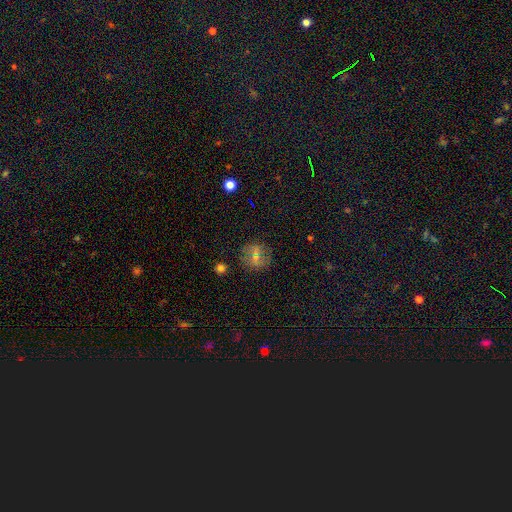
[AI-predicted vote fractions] A smooth galaxy with no disk features (45%).

Vote fractions:
- Smooth or featured? smooth: 45% / featured or disk: 36% / star or artifact: 19%
- Merging? none: 75% / minor disturbance: 14% / major disturbance: 7% / merger: 4%